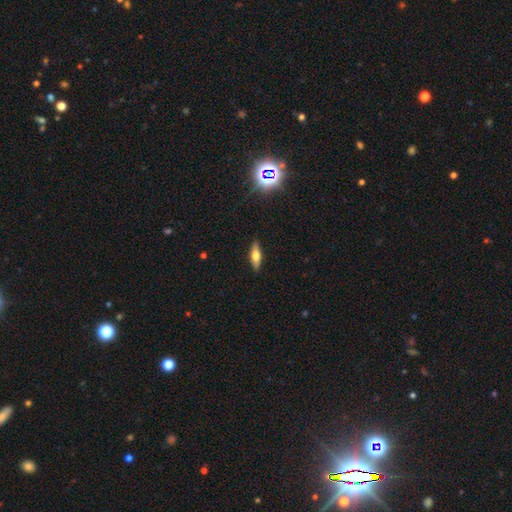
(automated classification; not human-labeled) Smooth or featured? smooth (60%)
How rounded? in between (54%)
Merging? none (88%)